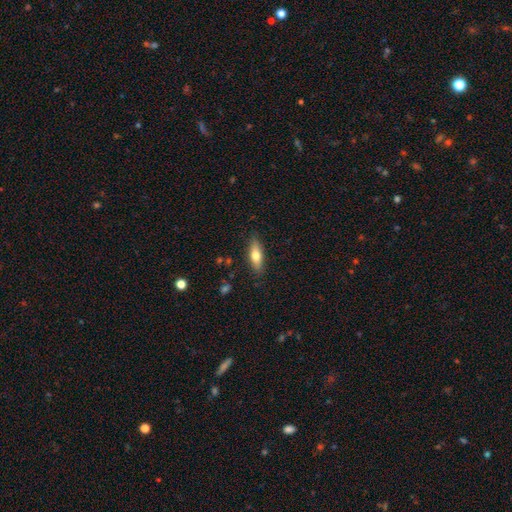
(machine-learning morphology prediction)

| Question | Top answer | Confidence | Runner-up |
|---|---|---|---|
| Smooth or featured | smooth | 67% | featured or disk (27%) |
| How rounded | in between | 57% | cigar-shaped (41%) |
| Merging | none | 86% | minor disturbance (11%) |